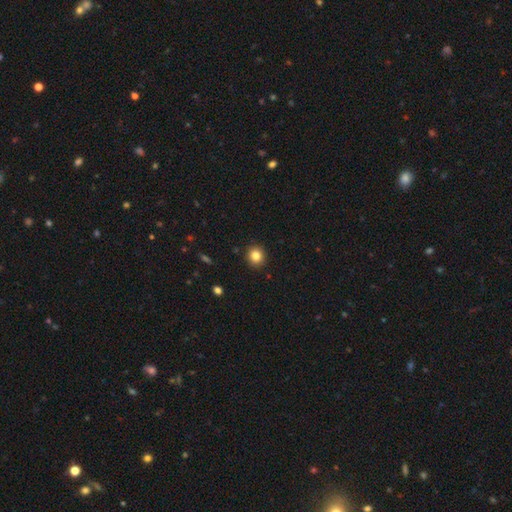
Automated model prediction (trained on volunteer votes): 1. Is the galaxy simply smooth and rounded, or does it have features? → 83% smooth, 11% star or artifact, 6% featured or disk.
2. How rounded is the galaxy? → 88% round, 11% in between, 1% cigar-shaped.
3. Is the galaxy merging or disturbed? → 92% none, 6% minor disturbance, 2% major disturbance, 1% merger.